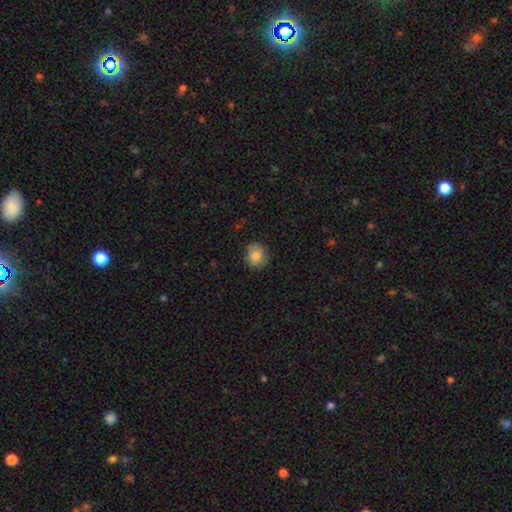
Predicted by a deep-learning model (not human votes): A smooth galaxy with no disk features (83%) that is round (86%). Merging: none (83%).